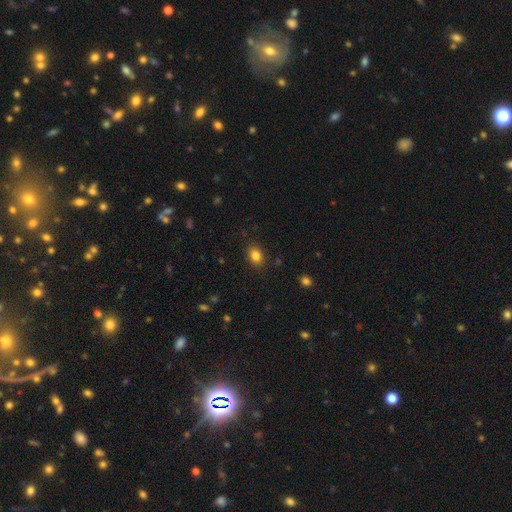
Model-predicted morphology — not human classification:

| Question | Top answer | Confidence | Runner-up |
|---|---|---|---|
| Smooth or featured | smooth | 84% | star or artifact (11%) |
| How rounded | in between | 59% | round (40%) |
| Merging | none | 86% | minor disturbance (10%) |